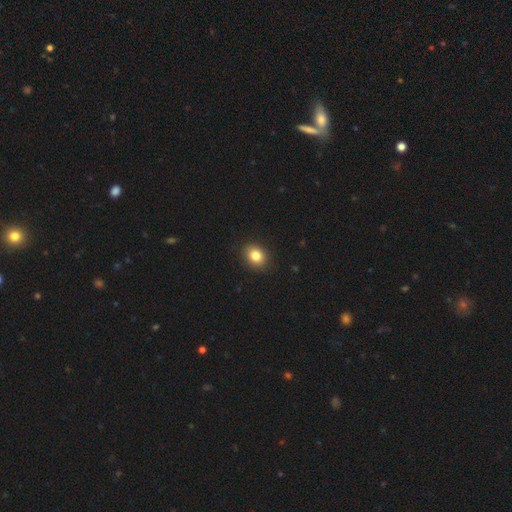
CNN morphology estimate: smooth 84%, star or artifact 9%, featured or disk 6%. Down the decision tree: how rounded — in between (52%); merging — none (89%).